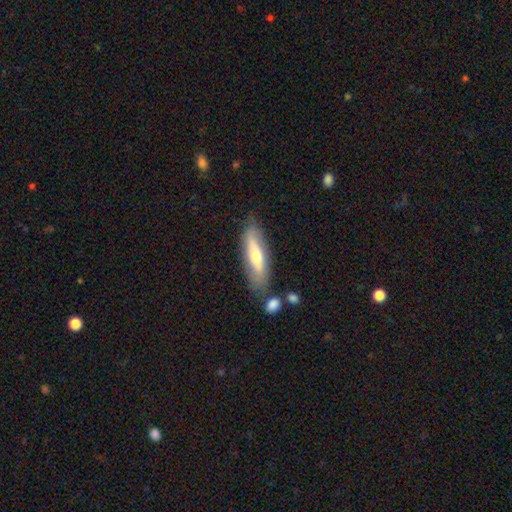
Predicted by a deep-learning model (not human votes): Smooth or featured? featured or disk (48%)
Merging? none (73%)